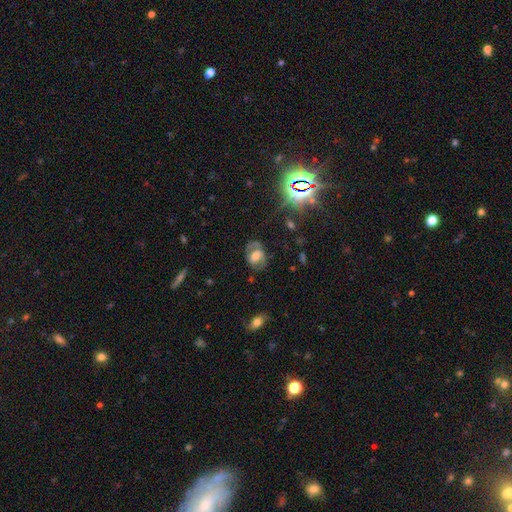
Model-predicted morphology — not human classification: This is possibly a featured or disk galaxy (51%). It is clearly not viewed edge-on (94%). Merging: likely none (62%).